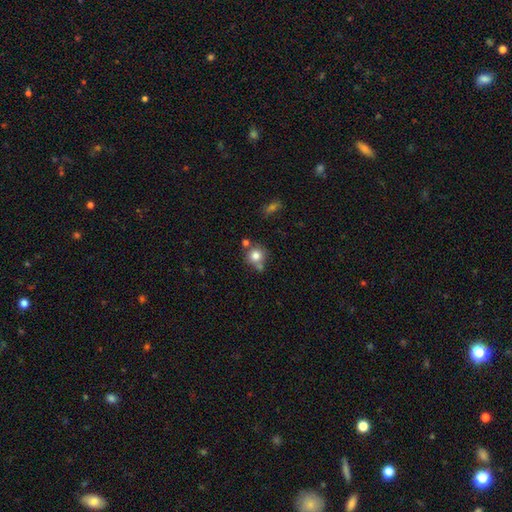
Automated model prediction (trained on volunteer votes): A smooth galaxy with no disk features (79%) that is round (89%).

Vote fractions:
- Smooth or featured? smooth: 79% / star or artifact: 11% / featured or disk: 10%
- How rounded? round: 89% / in between: 10% / cigar-shaped: 1%
- Merging? none: 61% / merger: 22% / minor disturbance: 12% / major disturbance: 4%